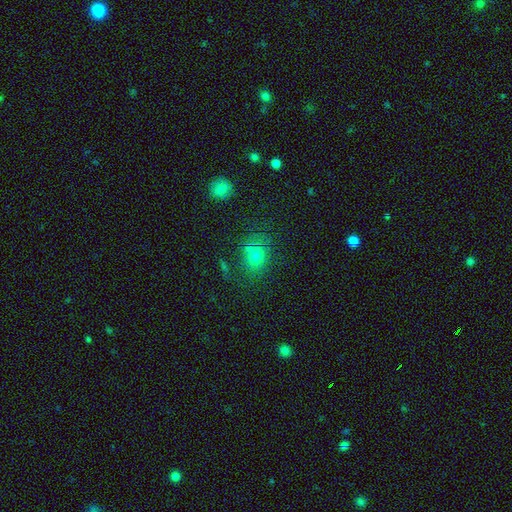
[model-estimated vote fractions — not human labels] This is likely a smooth galaxy (71%). How rounded: possibly round (51%). Merging: likely none (63%).